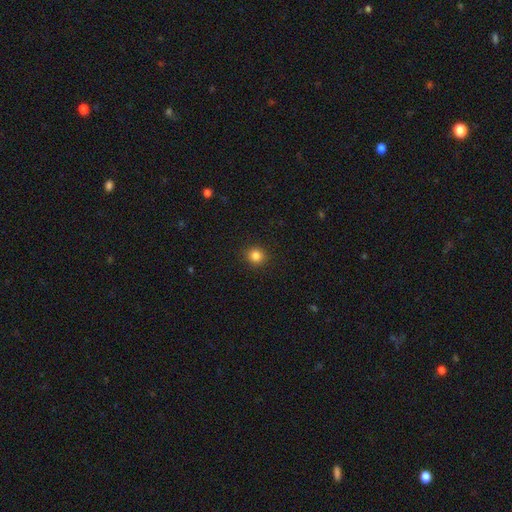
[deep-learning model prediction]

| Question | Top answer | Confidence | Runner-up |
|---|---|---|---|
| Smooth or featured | smooth | 83% | star or artifact (12%) |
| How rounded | round | 92% | in between (7%) |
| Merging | none | 92% | minor disturbance (5%) |